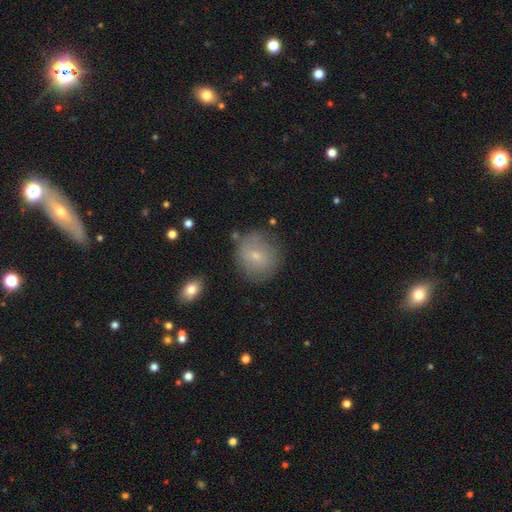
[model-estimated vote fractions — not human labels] smooth_or_featured: smooth (p=0.61) [alt: featured or disk p=0.29]
how_rounded: round (p=0.85) [alt: in between p=0.14]
merging: none (p=0.74) [alt: minor disturbance p=0.18]